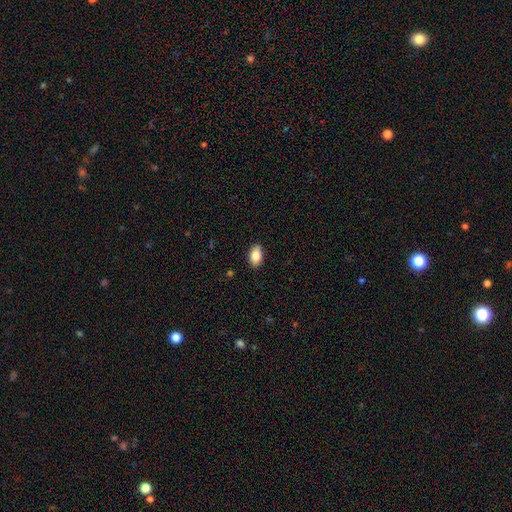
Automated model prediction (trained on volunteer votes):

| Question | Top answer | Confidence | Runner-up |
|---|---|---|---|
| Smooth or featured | smooth | 85% | featured or disk (8%) |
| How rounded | in between | 91% | round (7%) |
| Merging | none | 88% | minor disturbance (9%) |